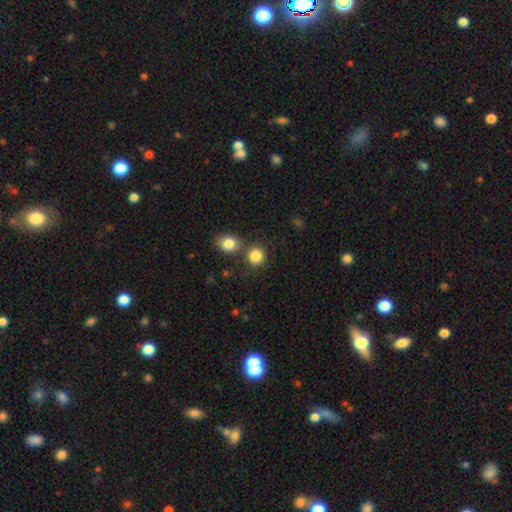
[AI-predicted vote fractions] Smooth or featured? Predicted: smooth (p=0.85). How rounded? Predicted: round (p=0.85). Merging? Predicted: none (p=0.67).